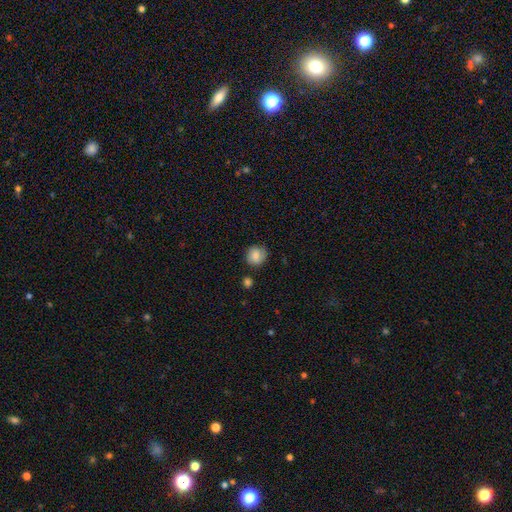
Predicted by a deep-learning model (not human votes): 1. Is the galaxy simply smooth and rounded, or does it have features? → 74% smooth, 17% featured or disk, 9% star or artifact.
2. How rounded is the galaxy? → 82% round, 17% in between, 1% cigar-shaped.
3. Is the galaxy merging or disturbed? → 75% none, 17% minor disturbance, 4% major disturbance, 3% merger.